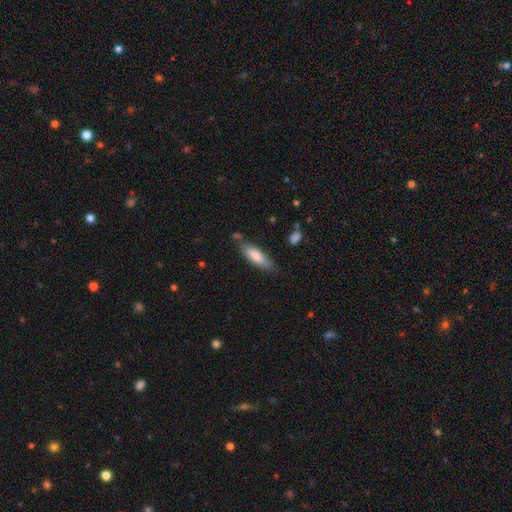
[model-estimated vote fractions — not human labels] This is likely a smooth galaxy (78%). How rounded: possibly in between (53%). Merging: likely none (73%).